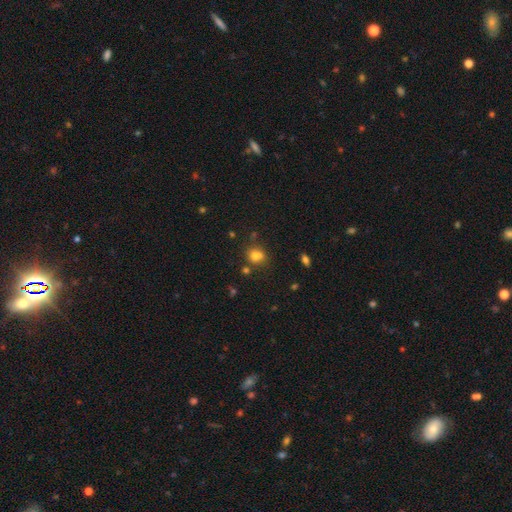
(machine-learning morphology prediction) This is likely a smooth galaxy (76%). How rounded: likely round (66%). Merging: likely none (63%).